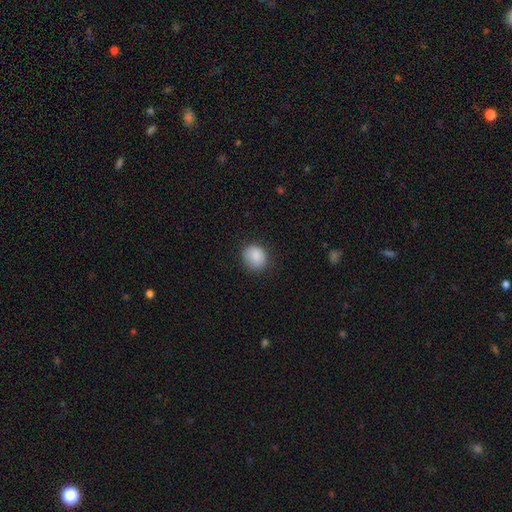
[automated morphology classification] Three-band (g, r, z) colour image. It shows a smooth galaxy with no disk features (87%) that is round (67%). Merging: none (80%).